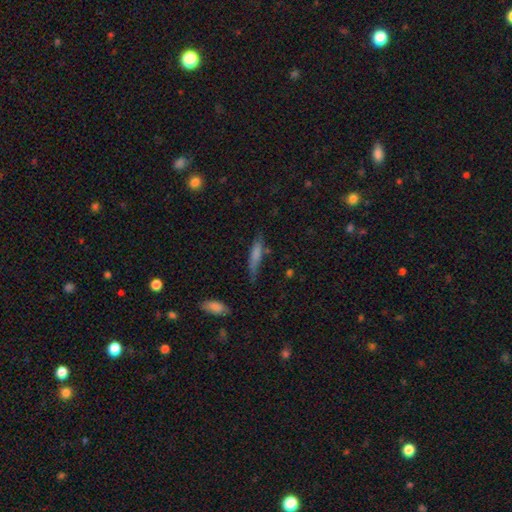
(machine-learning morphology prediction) Overall: smooth (66%). How rounded: cigar-shaped (82%). Merging: none (63%; minor disturbance 25%).